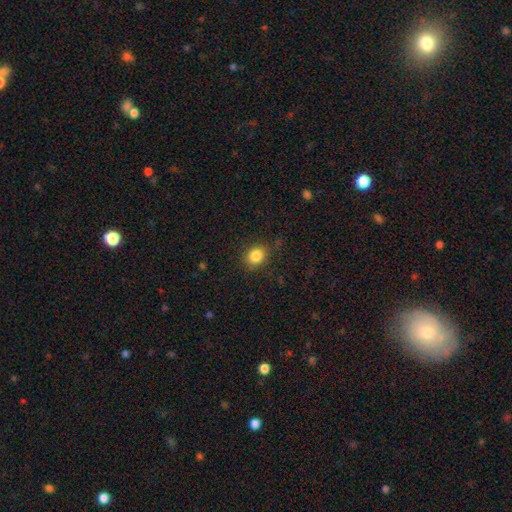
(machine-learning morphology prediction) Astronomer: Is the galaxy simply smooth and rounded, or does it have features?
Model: smooth — 84%.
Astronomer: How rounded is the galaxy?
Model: round — 66%.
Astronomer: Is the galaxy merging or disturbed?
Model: none — 82%.